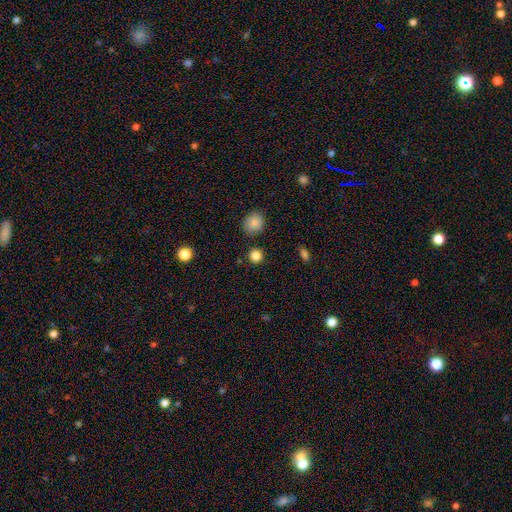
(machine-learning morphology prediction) This appears to be a smooth galaxy with no disk features (85%) that is round (91%). Merging: none (87%).